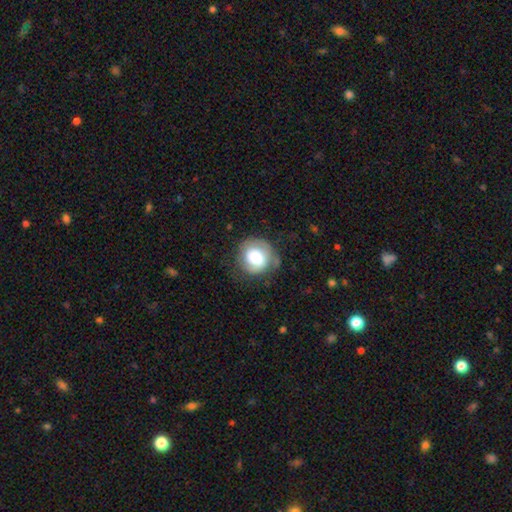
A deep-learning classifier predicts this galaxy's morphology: A smooth galaxy with no disk features (61%) that is round (87%). Merging: none (67%).